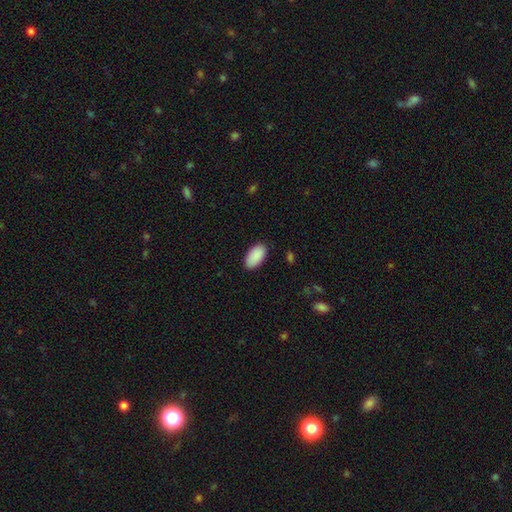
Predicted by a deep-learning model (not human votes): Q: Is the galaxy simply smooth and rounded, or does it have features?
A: smooth — 91%.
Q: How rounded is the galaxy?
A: in between — 96%.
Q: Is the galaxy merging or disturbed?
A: none — 86%.